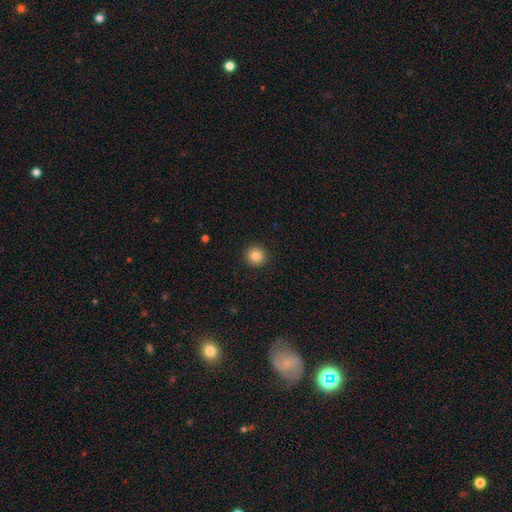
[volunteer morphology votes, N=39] Smooth or featured? 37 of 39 (95%) said smooth. How rounded? 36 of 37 (97%) said round. Merging? 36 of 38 (95%) said none.